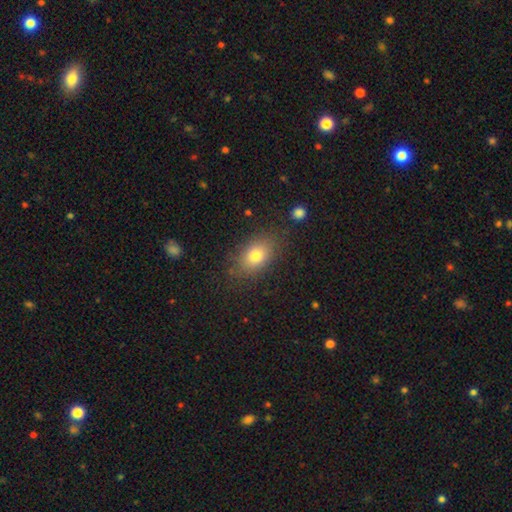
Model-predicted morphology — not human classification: A smooth galaxy with no disk features (78%) that is in between round and cigar-shaped (79%). Merging: none (81%).